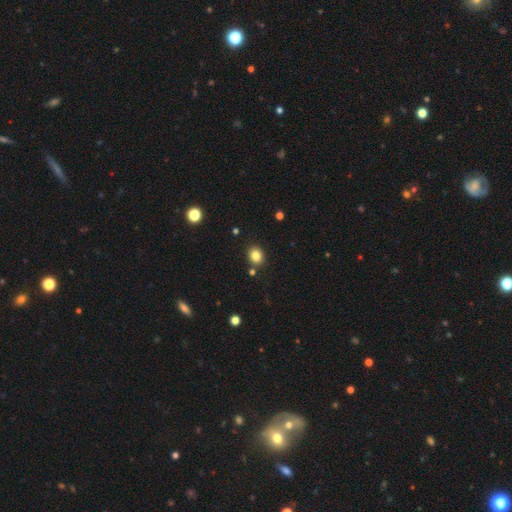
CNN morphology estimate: Q: Smooth or featured?
A: smooth (83%); runner-up: star or artifact (12%)
Q: How rounded?
A: round (64%); runner-up: in between (35%)
Q: Merging?
A: none (85%); runner-up: minor disturbance (8%)